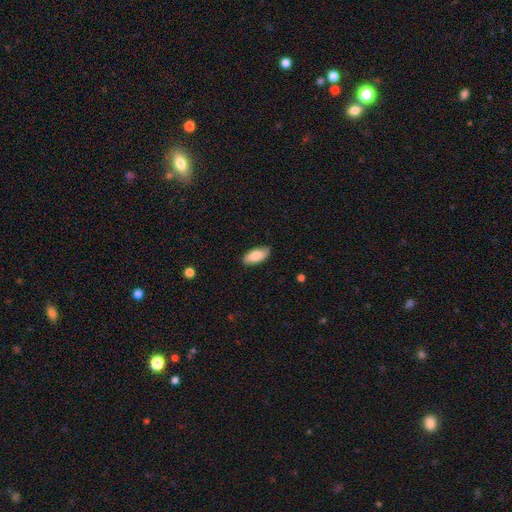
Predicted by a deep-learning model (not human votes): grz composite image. It shows a smooth galaxy with no disk features (85%) that is in between round and cigar-shaped (89%). Merging: none (83%).